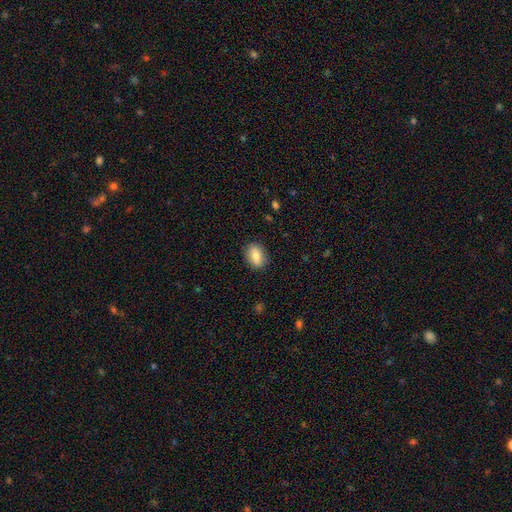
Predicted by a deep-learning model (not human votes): This is likely a smooth galaxy (79%). How rounded: likely in between (77%). Merging: clearly none (86%).